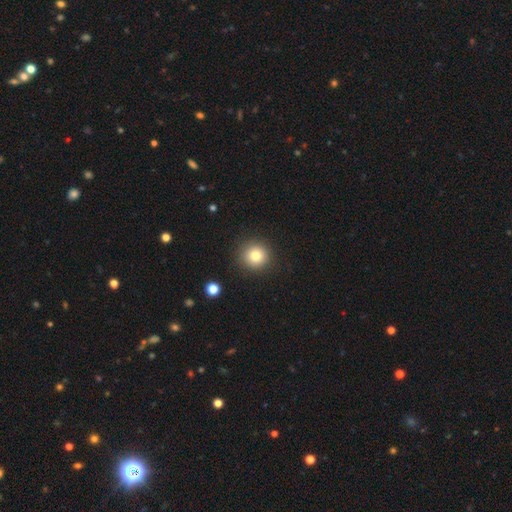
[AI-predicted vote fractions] This is likely a smooth galaxy (79%). How rounded: clearly round (93%). Merging: clearly none (90%).